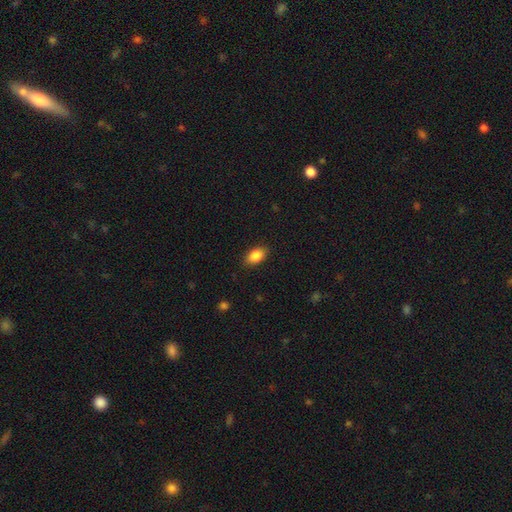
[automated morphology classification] type=smooth (87%); roundness=in between (90%); merging=none (87%).